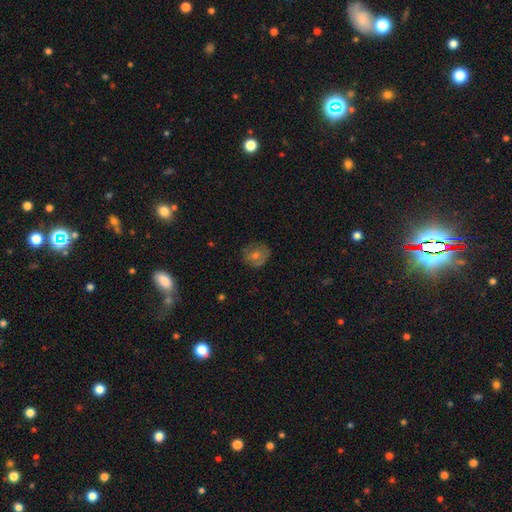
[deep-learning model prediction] This appears to be a smooth galaxy with no disk features (48%). Merging: none (76%).